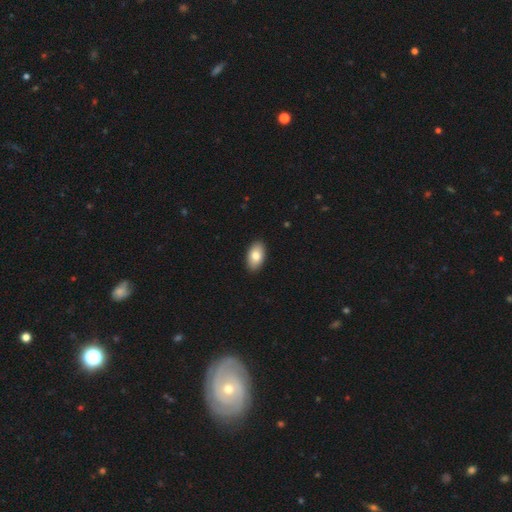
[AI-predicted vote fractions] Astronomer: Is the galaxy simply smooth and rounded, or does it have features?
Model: smooth — 82%.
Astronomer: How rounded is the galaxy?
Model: in between — 94%.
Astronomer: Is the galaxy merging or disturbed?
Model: none — 90%.